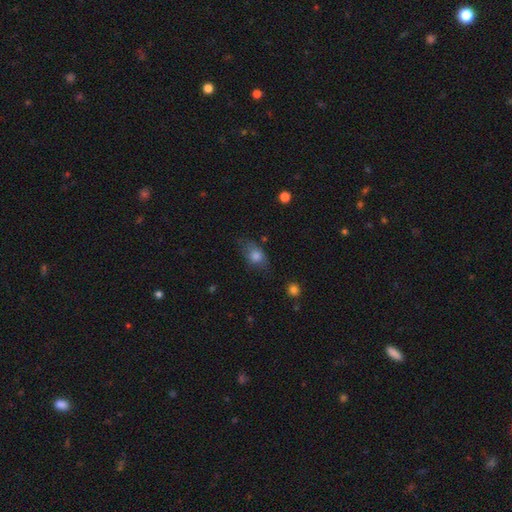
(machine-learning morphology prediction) Q: Smooth or featured?
A: smooth (77%); runner-up: featured or disk (14%)
Q: How rounded?
A: in between (77%); runner-up: round (17%)
Q: Merging?
A: none (61%); runner-up: minor disturbance (27%)